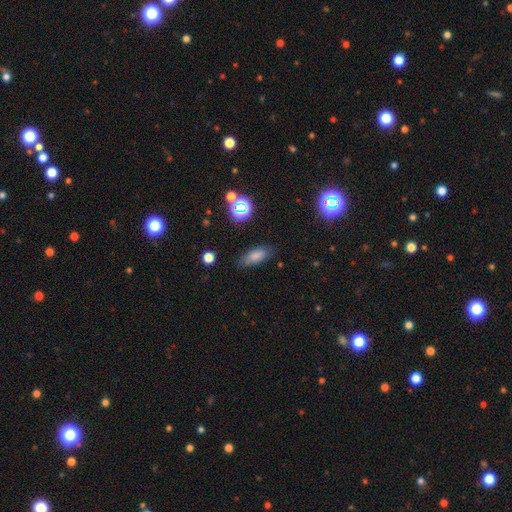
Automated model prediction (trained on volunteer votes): This is likely a smooth galaxy (75%). How rounded: likely in between (80%). Merging: likely none (74%).